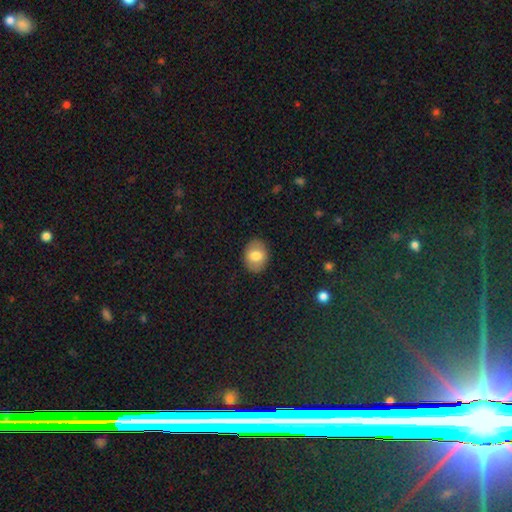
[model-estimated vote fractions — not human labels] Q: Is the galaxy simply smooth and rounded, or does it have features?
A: smooth — 75%.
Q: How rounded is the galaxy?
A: in between — 65%.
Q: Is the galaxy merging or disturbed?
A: none — 88%.